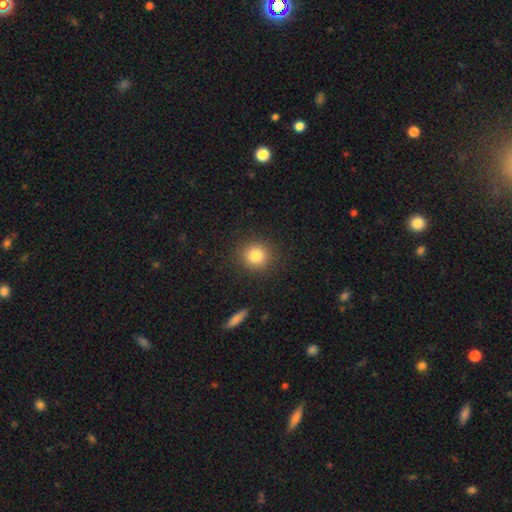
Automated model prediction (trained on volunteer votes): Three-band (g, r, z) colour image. It shows a smooth galaxy with no disk features (82%) that is round (91%). Merging: none (90%).